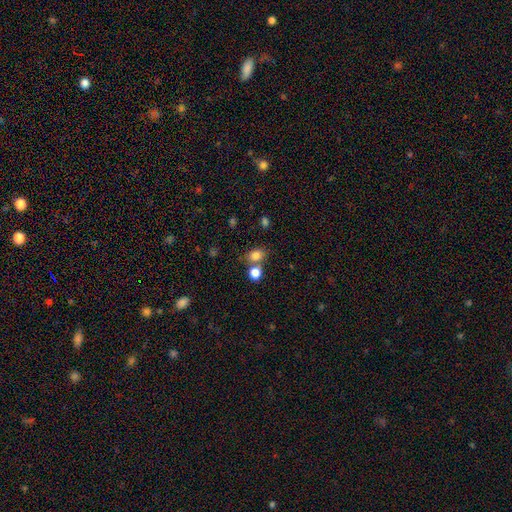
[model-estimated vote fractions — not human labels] smooth 81%, star or artifact 12%, featured or disk 6%. Down the decision tree: how rounded — in between (58%); merging — none (59%).